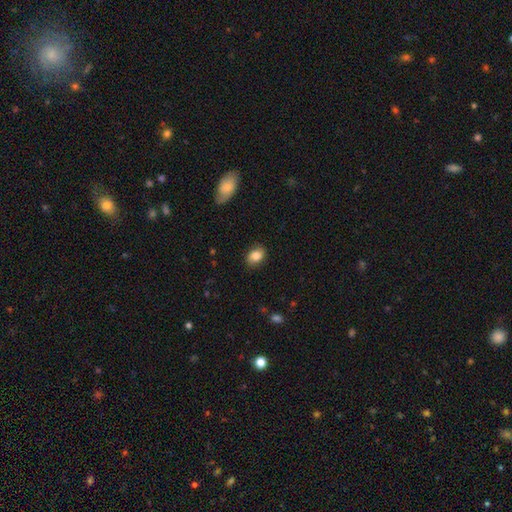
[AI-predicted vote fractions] The model was most divided on "how rounded": in between: 73%, round: 26%, cigar-shaped: 1%. More confident: smooth or featured — smooth (83%); merging — none (83%).